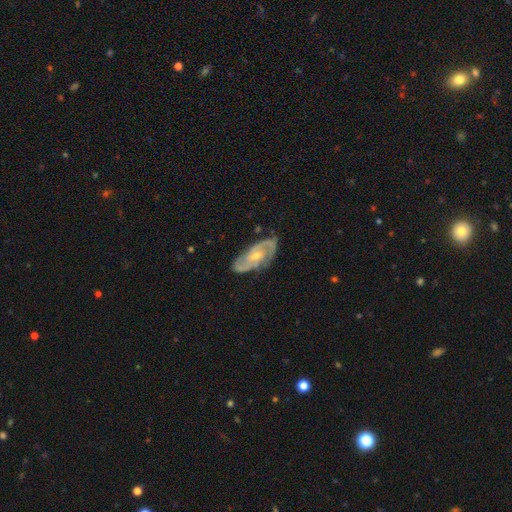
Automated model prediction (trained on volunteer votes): Q: Smooth or featured?
A: featured or disk (83%); runner-up: smooth (11%)
Q: Edge-on disk?
A: no (93%); runner-up: yes (7%)
Q: Bar?
A: no (56%); runner-up: weak (36%)
Q: Spiral arms?
A: yes (94%); runner-up: no (6%)
Q: Spiral winding?
A: medium (45%); runner-up: tight (43%)
Q: Spiral arm count?
A: 2 (71%); runner-up: can't tell (12%)
Q: Bulge size?
A: small (53%); runner-up: moderate (42%)
Q: Merging?
A: none (78%); runner-up: minor disturbance (16%)